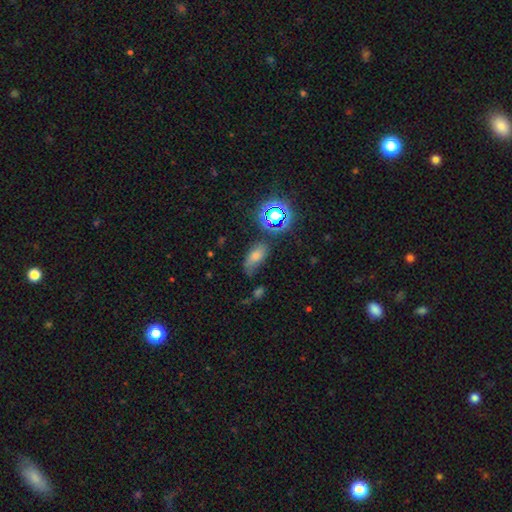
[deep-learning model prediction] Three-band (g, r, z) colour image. It shows a smooth galaxy with no disk features (48%). Merging: none (57%).